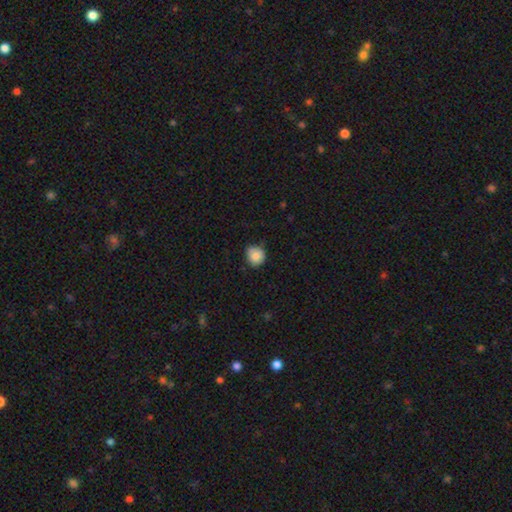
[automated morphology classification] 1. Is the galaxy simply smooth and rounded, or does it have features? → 82% smooth, 9% featured or disk, 9% star or artifact.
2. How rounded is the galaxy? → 85% round, 14% in between, 1% cigar-shaped.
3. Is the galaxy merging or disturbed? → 72% none, 23% minor disturbance, 3% major disturbance, 1% merger.